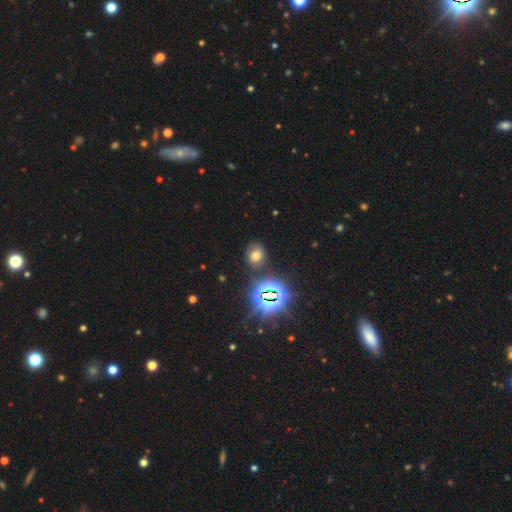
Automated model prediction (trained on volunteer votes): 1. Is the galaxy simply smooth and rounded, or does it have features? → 54% smooth, 32% star or artifact, 14% featured or disk.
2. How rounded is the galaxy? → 57% round, 41% in between, 1% cigar-shaped.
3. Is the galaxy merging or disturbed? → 75% none, 15% minor disturbance, 5% major disturbance, 4% merger.